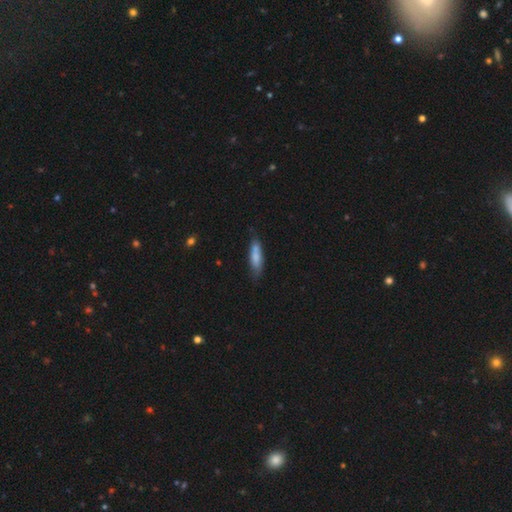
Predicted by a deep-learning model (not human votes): A smooth galaxy with no disk features (77%) that is cigar-shaped (63%).

Vote fractions:
- Smooth or featured? smooth: 77% / featured or disk: 17% / star or artifact: 6%
- How rounded? cigar-shaped: 63% / in between: 35% / round: 2%
- Merging? none: 66% / minor disturbance: 24% / merger: 5% / major disturbance: 5%